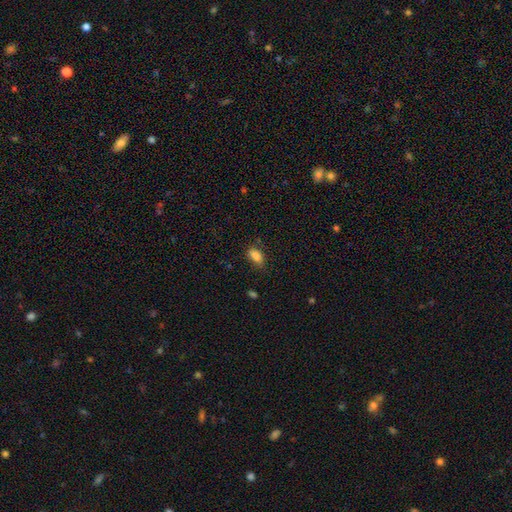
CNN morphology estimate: Q: Smooth or featured?
A: smooth (87%); runner-up: star or artifact (9%)
Q: How rounded?
A: in between (89%); runner-up: cigar-shaped (7%)
Q: Merging?
A: none (75%); runner-up: minor disturbance (18%)